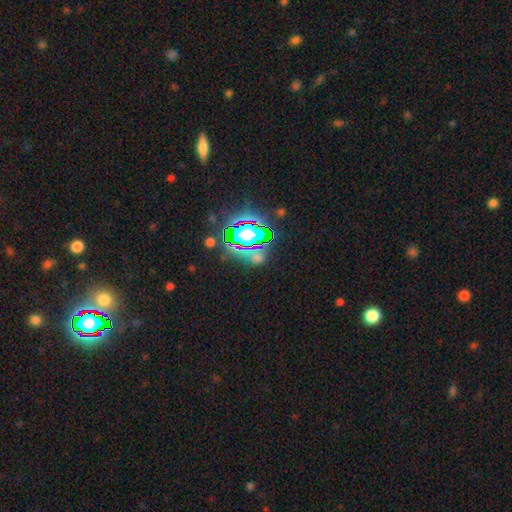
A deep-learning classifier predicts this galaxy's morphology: Smooth or featured? Predicted: star or artifact (p=0.70).